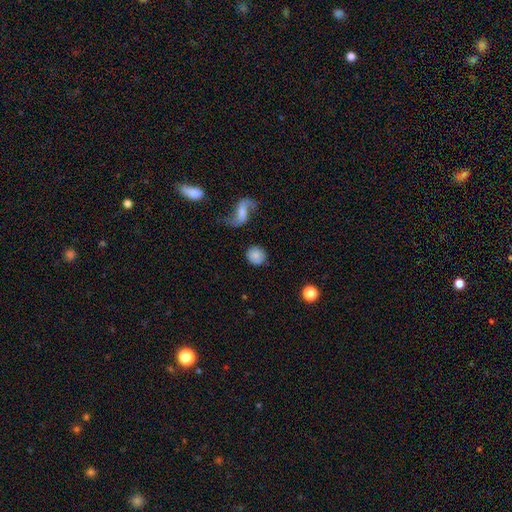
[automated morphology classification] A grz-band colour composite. It shows a smooth galaxy with no disk features (76%) that is round (81%). Merging: none (79%).